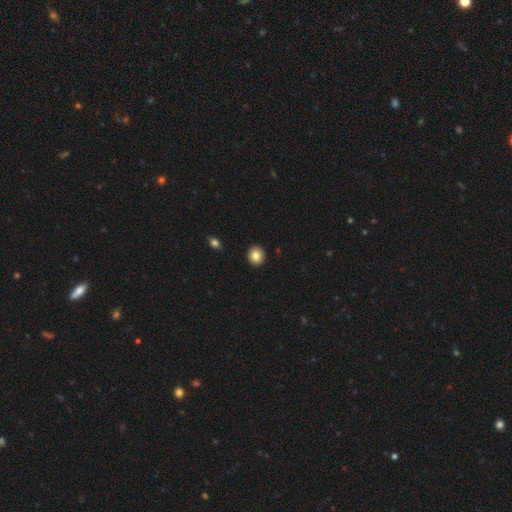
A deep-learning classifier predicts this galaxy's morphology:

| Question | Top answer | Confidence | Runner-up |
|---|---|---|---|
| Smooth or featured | smooth | 84% | star or artifact (9%) |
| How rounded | round | 77% | in between (22%) |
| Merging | none | 92% | minor disturbance (5%) |